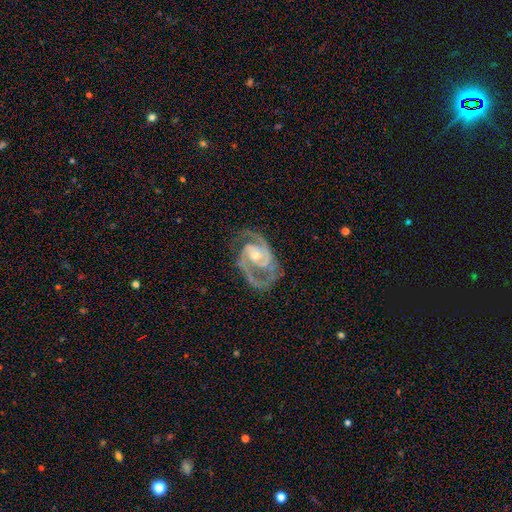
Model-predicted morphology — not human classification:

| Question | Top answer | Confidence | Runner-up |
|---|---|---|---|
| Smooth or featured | featured or disk | 92% | star or artifact (4%) |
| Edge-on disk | no | 98% | yes (2%) |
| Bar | no | 55% | weak (33%) |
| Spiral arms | yes | 98% | no (2%) |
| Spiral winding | medium | 57% | tight (33%) |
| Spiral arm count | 2 | 87% | 3 (6%) |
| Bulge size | small | 54% | moderate (41%) |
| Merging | none | 67% | minor disturbance (18%) |